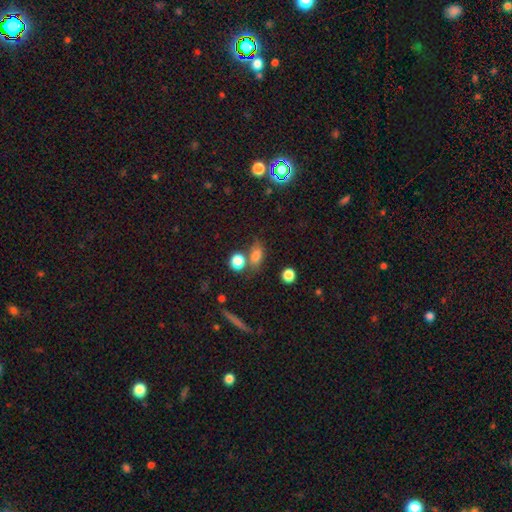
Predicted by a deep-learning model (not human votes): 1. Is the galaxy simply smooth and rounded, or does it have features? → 77% smooth, 14% star or artifact, 10% featured or disk.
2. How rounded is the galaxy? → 72% in between, 22% round, 6% cigar-shaped.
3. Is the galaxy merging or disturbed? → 60% none, 19% merger, 15% minor disturbance, 6% major disturbance.